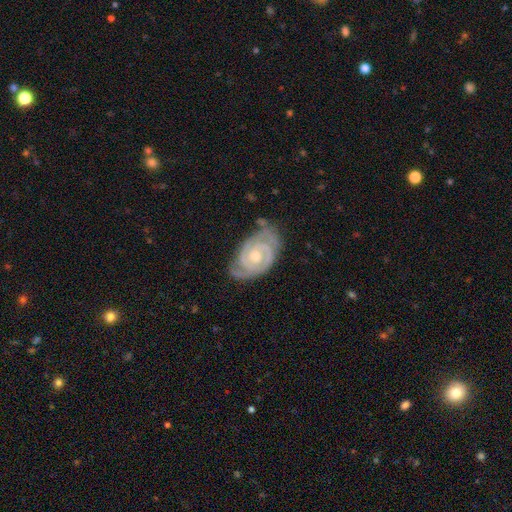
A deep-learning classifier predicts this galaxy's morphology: Overall: featured or disk (91%). Edge-on disk: no (97%). Bar: no (69%). Spiral arms: yes (98%). Spiral arm count: 2 (66%). Spiral winding: tight (75%). Bulge size: moderate (53%; small 44%). Merging: none (71%).